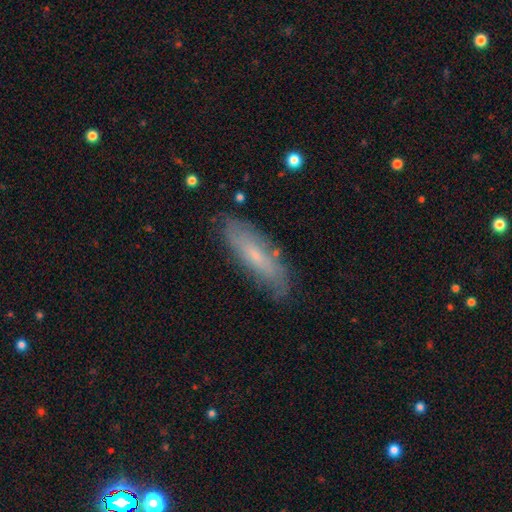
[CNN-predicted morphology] A smooth galaxy with no disk features (48%). Merging: none (75%).